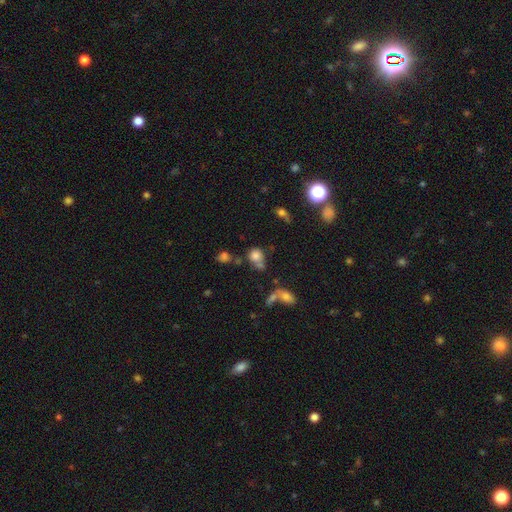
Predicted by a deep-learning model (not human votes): This is likely a smooth galaxy (76%). How rounded: likely round (68%). Merging: marginally none (44%).